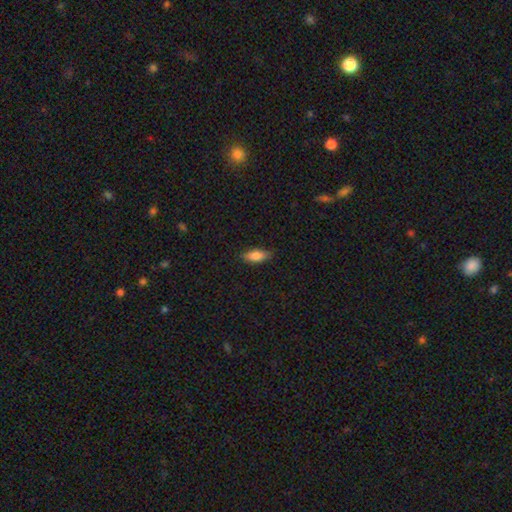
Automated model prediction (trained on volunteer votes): smooth_or_featured: smooth (p=0.82) [alt: featured or disk p=0.11]
how_rounded: in between (p=0.76) [alt: cigar-shaped p=0.21]
merging: none (p=0.84) [alt: minor disturbance p=0.13]